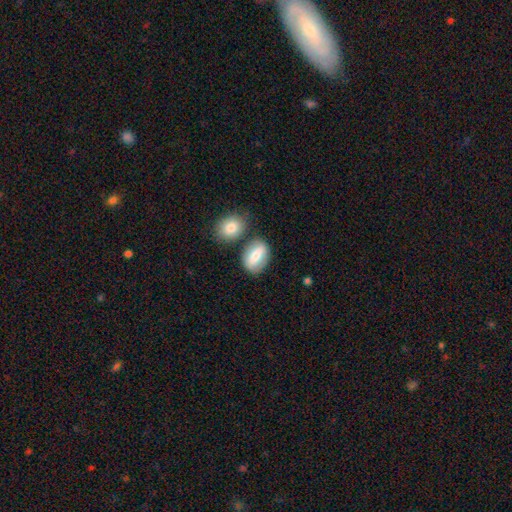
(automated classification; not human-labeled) smooth_or_featured: smooth (p=0.68) [alt: featured or disk p=0.25]
how_rounded: in between (p=0.81) [alt: round p=0.14]
merging: none (p=0.69) [alt: merger p=0.15]